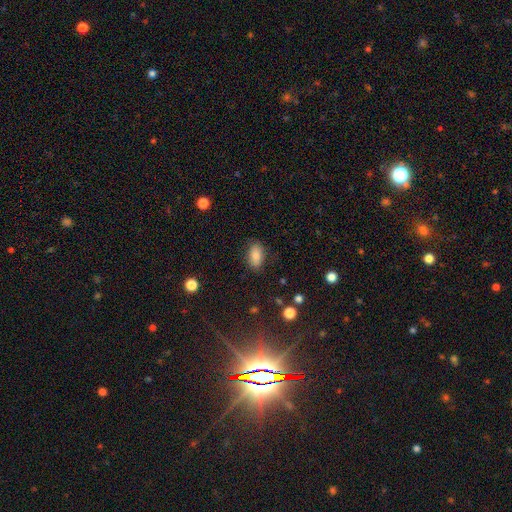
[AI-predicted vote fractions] Morphology: type=smooth (81%); roundness=in between (89%); merging=none (82%).